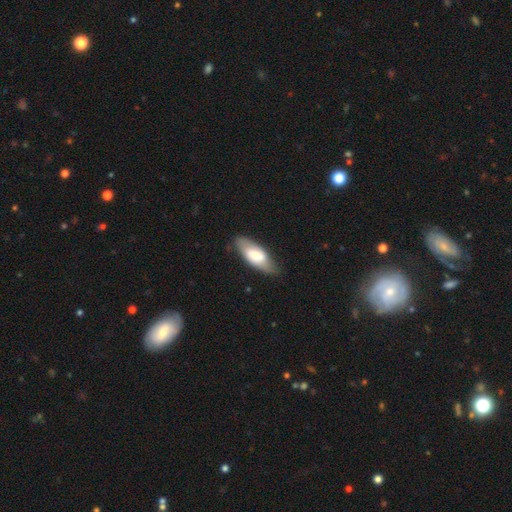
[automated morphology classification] This appears to be a smooth galaxy with no disk features (61%) that is in between round and cigar-shaped (78%). Merging: none (76%).